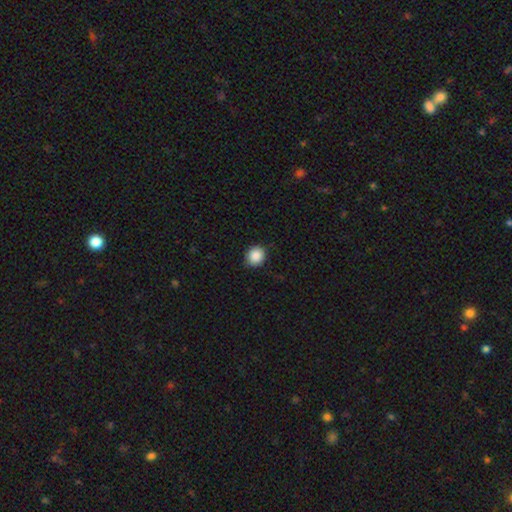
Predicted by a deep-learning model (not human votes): Q: Smooth or featured?
A: smooth (88%); runner-up: star or artifact (9%)
Q: How rounded?
A: round (81%); runner-up: in between (18%)
Q: Merging?
A: none (87%); runner-up: minor disturbance (10%)